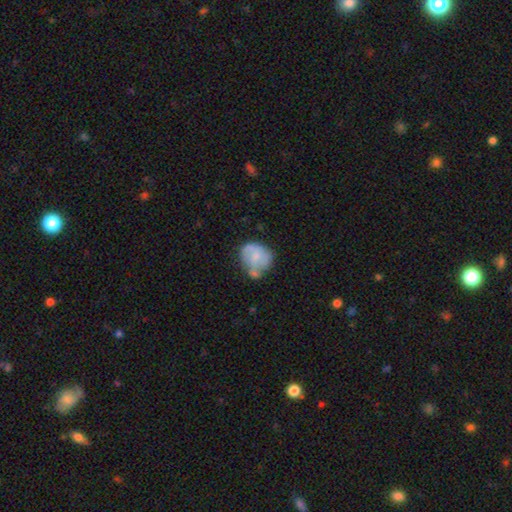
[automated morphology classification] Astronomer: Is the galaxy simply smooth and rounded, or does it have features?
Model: smooth — 57% (runner-up: featured or disk, 36%).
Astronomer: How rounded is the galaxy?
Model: round — 66%.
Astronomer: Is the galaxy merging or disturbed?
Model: none — 36% (runner-up: minor disturbance, 31%).